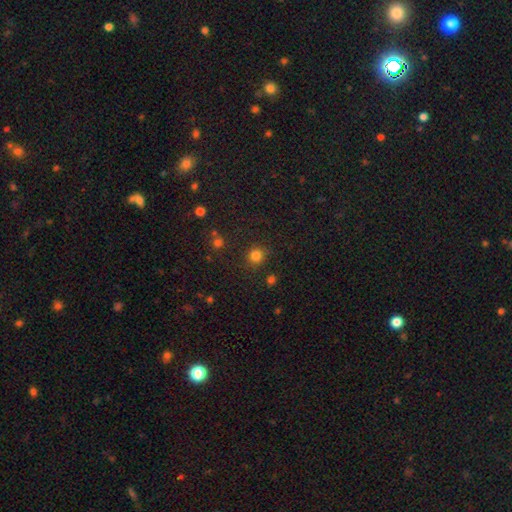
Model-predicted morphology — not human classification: Overall: smooth (80%). How rounded: round (91%). Merging: none (84%).